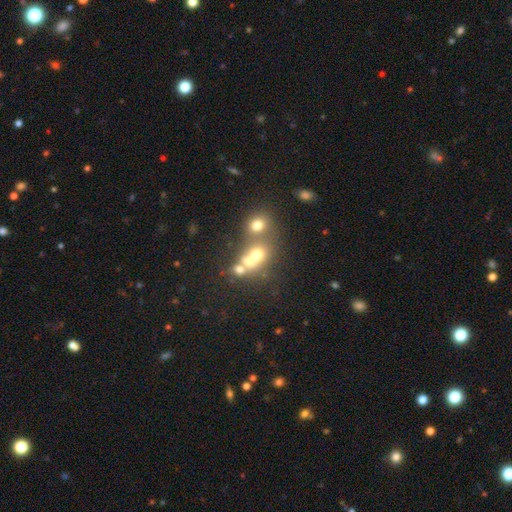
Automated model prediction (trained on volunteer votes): The model was most divided on "merging": merger: 55%, none: 33%, minor disturbance: 7%, major disturbance: 5%. More confident: how rounded — round (74%); smooth or featured — smooth (59%).